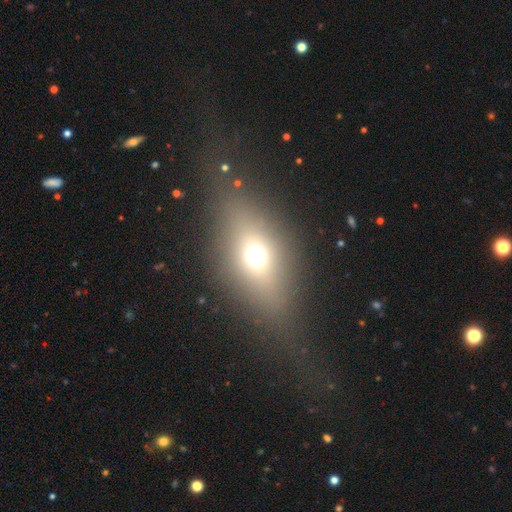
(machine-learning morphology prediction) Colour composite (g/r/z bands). It shows a smooth galaxy with no disk features (60%) that is in between round and cigar-shaped (68%). Merging: none (81%).